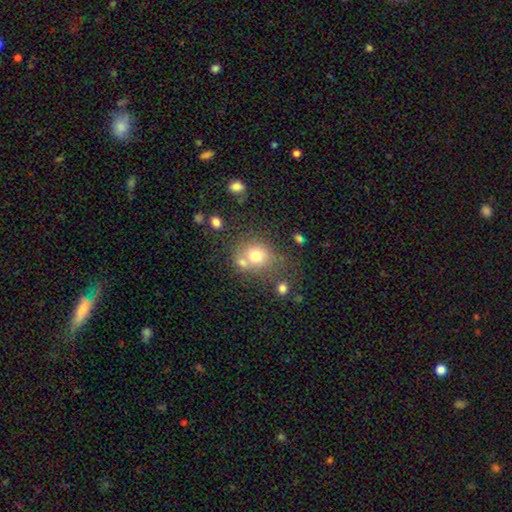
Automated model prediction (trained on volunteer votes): Smooth or featured? Predicted: smooth (p=0.73). How rounded? Predicted: round (p=0.75). Merging? Predicted: none (p=0.51).